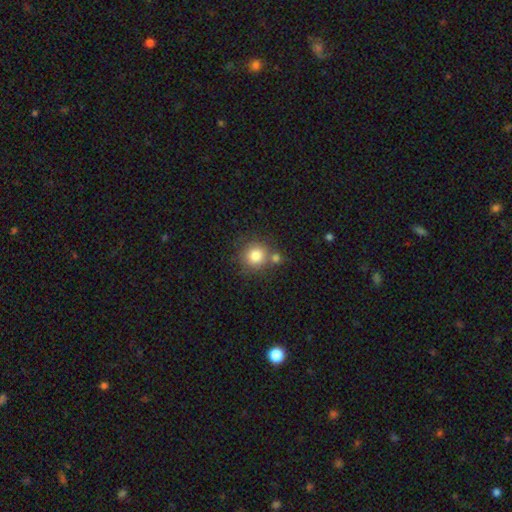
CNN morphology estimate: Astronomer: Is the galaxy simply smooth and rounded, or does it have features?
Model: smooth — 81%.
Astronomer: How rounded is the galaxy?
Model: round — 91%.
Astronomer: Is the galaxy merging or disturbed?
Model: none — 62%.